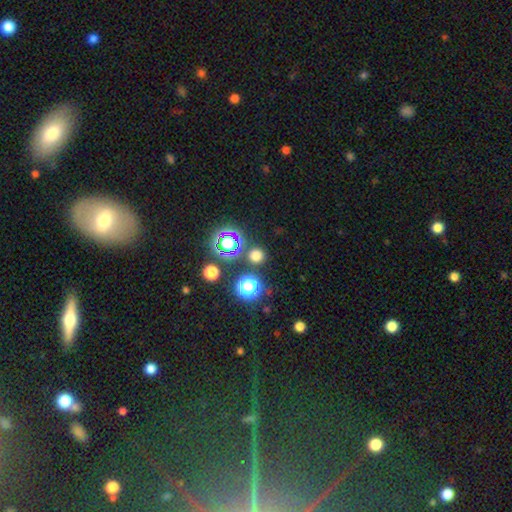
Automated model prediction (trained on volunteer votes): This appears to be a smooth galaxy with no disk features (68%) that is round (91%). Merging: none (84%).